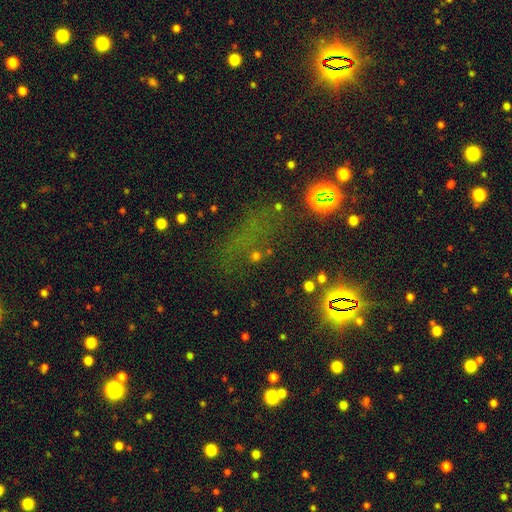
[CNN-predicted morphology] star or artifact 49%, smooth 35%, featured or disk 16%.